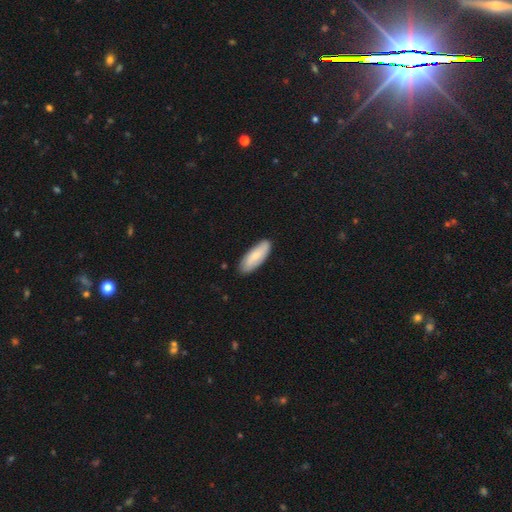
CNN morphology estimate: A smooth galaxy with no disk features (73%) that is in between round and cigar-shaped (69%). Merging: none (86%).